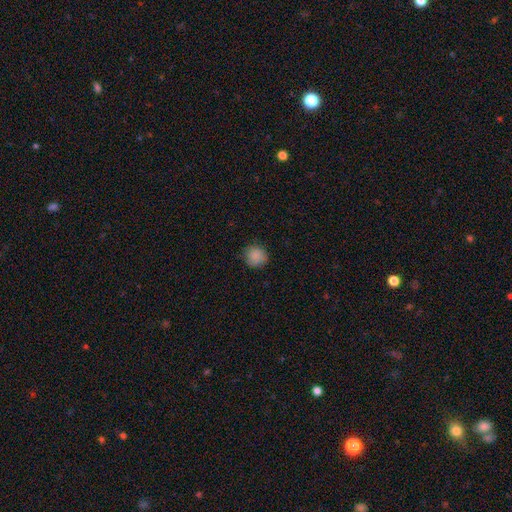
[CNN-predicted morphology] type=smooth (87%); roundness=round (91%); merging=none (84%).